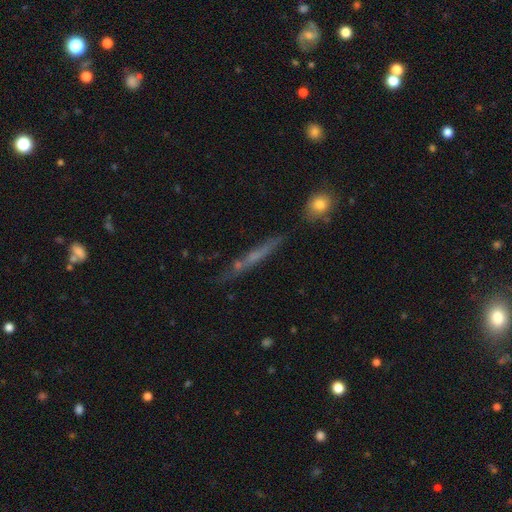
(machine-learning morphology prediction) Smooth or featured? featured or disk (45%)
Merging? none (71%)